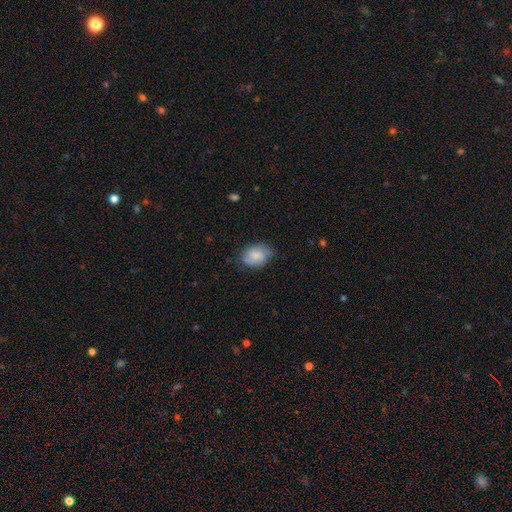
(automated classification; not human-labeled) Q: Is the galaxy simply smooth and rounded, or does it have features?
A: smooth — 60%.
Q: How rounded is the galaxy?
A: in between — 69%.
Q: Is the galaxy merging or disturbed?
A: none — 67%.